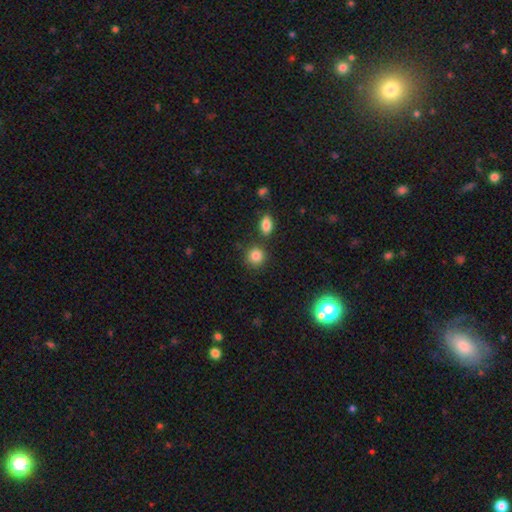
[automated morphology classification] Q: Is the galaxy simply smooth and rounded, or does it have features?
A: smooth — 85%.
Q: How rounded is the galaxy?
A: round — 85%.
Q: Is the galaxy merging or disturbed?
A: none — 78%.